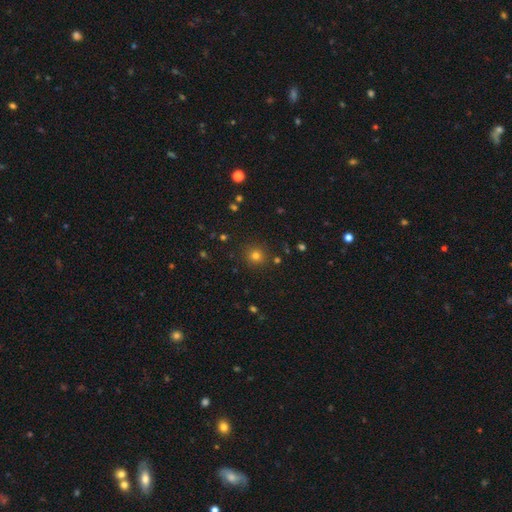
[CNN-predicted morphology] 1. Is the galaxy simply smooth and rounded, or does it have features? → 77% smooth, 18% star or artifact, 6% featured or disk.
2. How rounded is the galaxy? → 93% round, 6% in between, 1% cigar-shaped.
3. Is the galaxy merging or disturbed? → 89% none, 7% minor disturbance, 2% merger, 2% major disturbance.